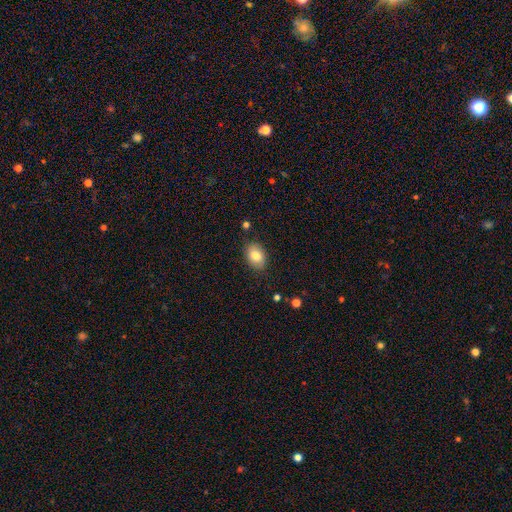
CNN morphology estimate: A smooth galaxy with no disk features (82%) that is in between round and cigar-shaped (79%).

Vote fractions:
- Smooth or featured? smooth: 82% / featured or disk: 10% / star or artifact: 8%
- How rounded? in between: 79% / round: 20% / cigar-shaped: 1%
- Merging? none: 84% / minor disturbance: 12% / major disturbance: 2% / merger: 2%